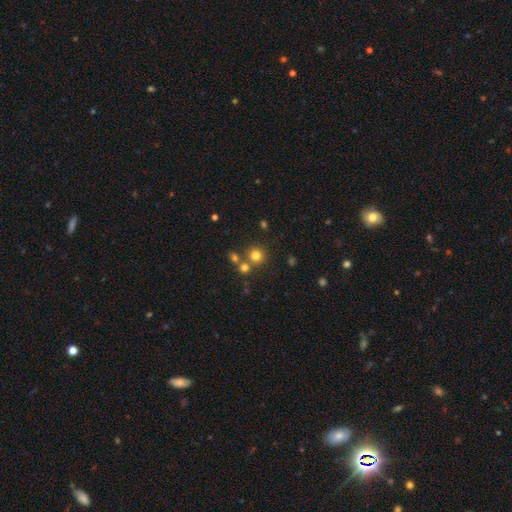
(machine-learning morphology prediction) A smooth galaxy with no disk features (75%) that is round (92%).

Vote fractions:
- Smooth or featured? smooth: 75% / star or artifact: 17% / featured or disk: 8%
- How rounded? round: 92% / in between: 7% / cigar-shaped: 1%
- Merging? none: 70% / merger: 20% / minor disturbance: 7% / major disturbance: 3%